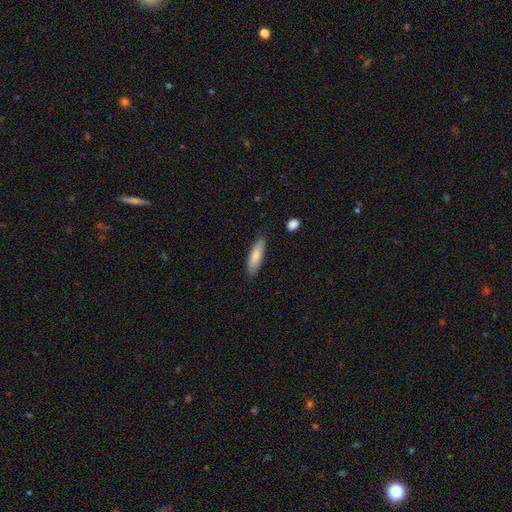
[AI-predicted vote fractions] smooth_or_featured: smooth (p=0.79) [alt: featured or disk p=0.15]
how_rounded: cigar-shaped (p=0.63) [alt: in between p=0.36]
merging: none (p=0.83) [alt: minor disturbance p=0.13]